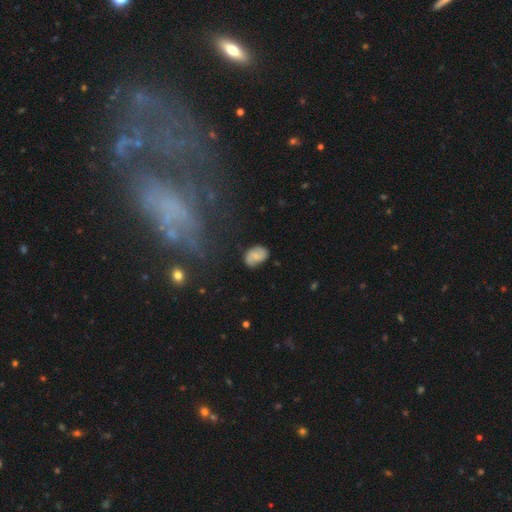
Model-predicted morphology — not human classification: Smooth or featured? smooth (60%)
How rounded? in between (83%)
Merging? none (69%)